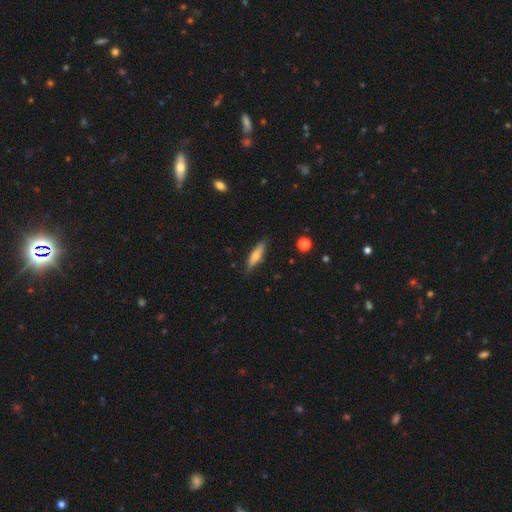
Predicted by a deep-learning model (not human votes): smooth-or-featured: smooth: 63% | featured or disk: 31% | star or artifact: 6%
  how-rounded: cigar-shaped: 68% | in between: 30% | round: 2%
  merging: none: 84% | minor disturbance: 12% | major disturbance: 2% | merger: 1%